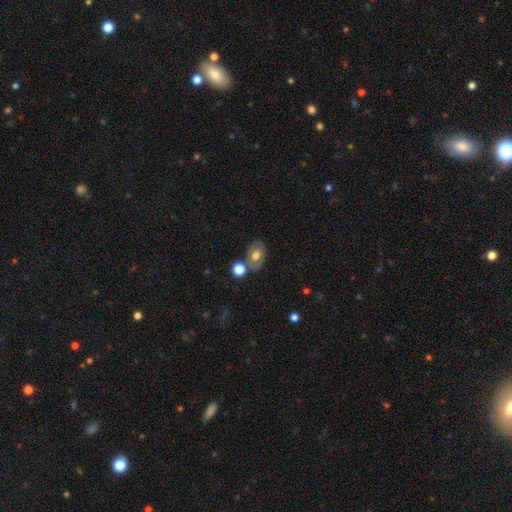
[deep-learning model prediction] Smooth or featured?
  - smooth: 59% *
  - featured or disk: 33%
  - star or artifact: 9%
How rounded?
  - in between: 78% *
  - round: 21%
  - cigar-shaped: 1%
Merging?
  - none: 63% *
  - merger: 17%
  - minor disturbance: 15%
  - major disturbance: 5%